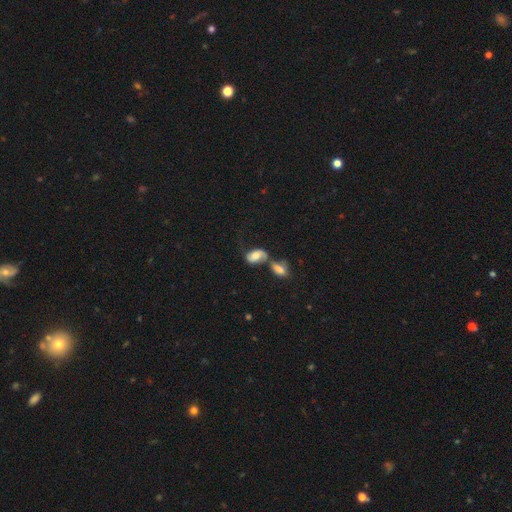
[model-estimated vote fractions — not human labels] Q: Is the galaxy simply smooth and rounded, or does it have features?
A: smooth — 56%.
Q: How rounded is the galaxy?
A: in between — 89%.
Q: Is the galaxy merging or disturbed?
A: merger — 54%.